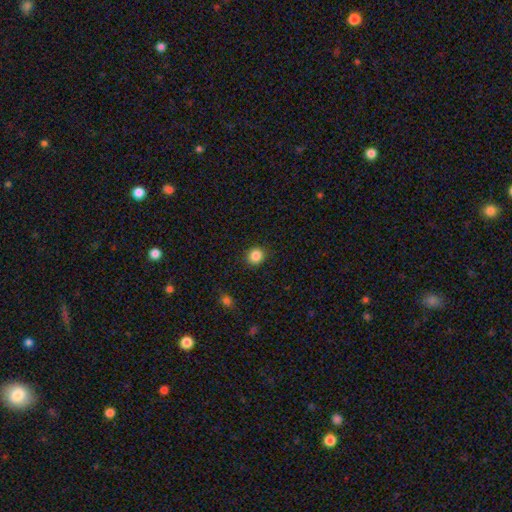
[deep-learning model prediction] This is clearly a smooth galaxy (86%). How rounded: clearly round (89%). Merging: clearly none (90%).